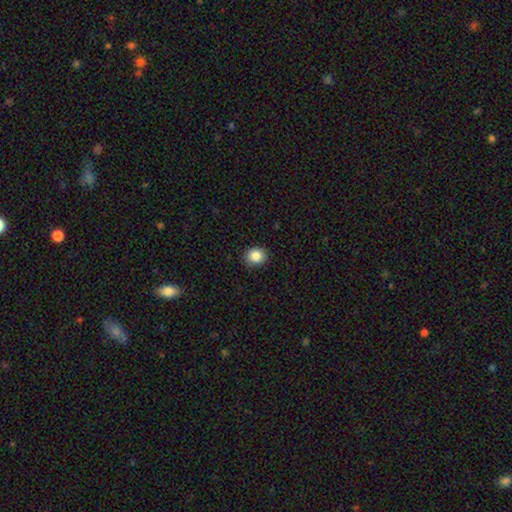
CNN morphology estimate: A smooth galaxy with no disk features (86%) that is round (73%). Merging: none (90%).